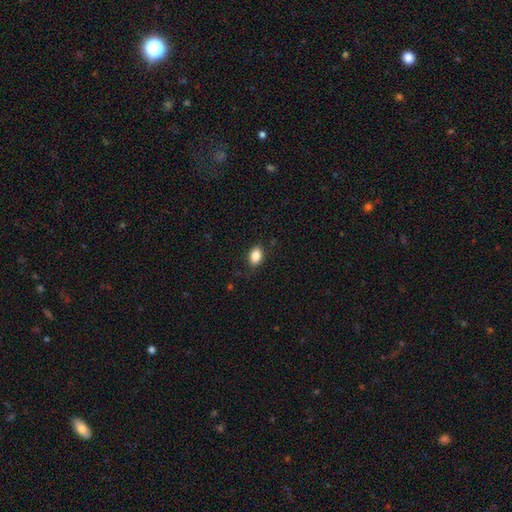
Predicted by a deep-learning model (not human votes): A smooth galaxy with no disk features (86%) that is in between round and cigar-shaped (83%). Merging: none (85%).